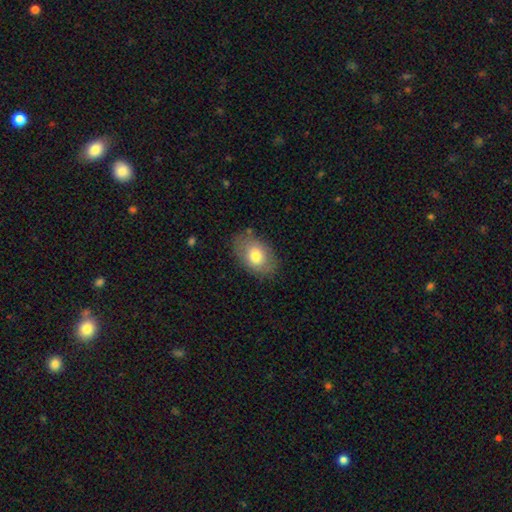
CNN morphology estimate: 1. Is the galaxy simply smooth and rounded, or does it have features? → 74% smooth, 19% featured or disk, 7% star or artifact.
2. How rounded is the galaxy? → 84% in between, 15% round, 1% cigar-shaped.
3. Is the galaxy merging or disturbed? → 77% none, 16% minor disturbance, 5% major disturbance, 2% merger.